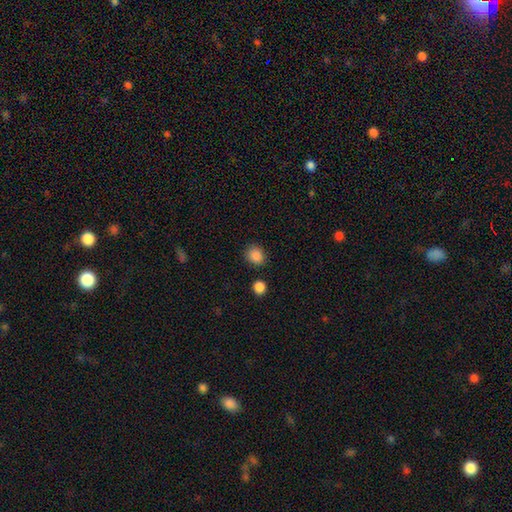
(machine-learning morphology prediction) The model was most divided on "how rounded": round: 67%, in between: 32%, cigar-shaped: 1%. More confident: smooth or featured — smooth (87%); merging — none (83%).